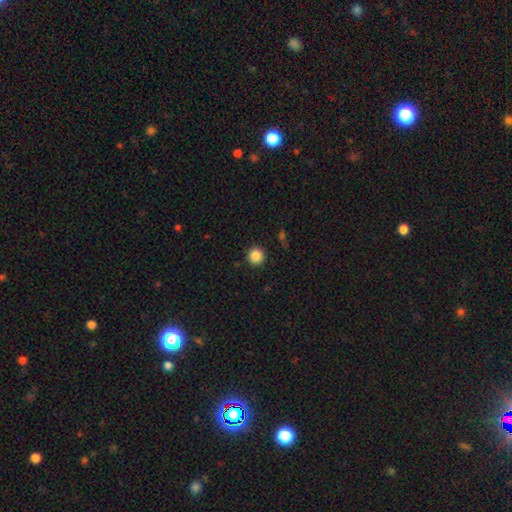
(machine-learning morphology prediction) This appears to be a smooth galaxy with no disk features (86%) that is round (96%). Merging: none (92%).